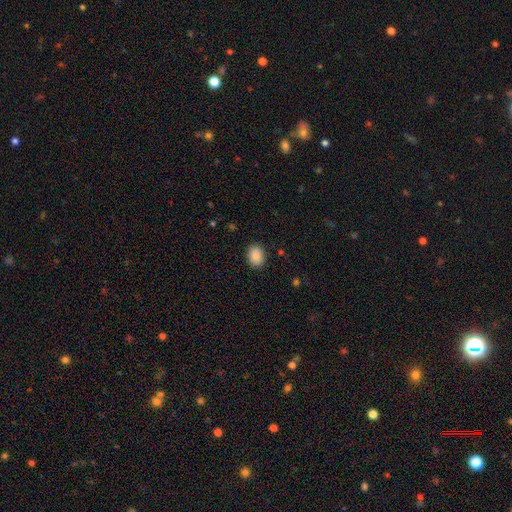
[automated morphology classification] Smooth or featured: smooth — 88% (star or artifact — 8%)
How rounded: in between — 61% (round — 39%)
Merging: none — 89% (minor disturbance — 8%)